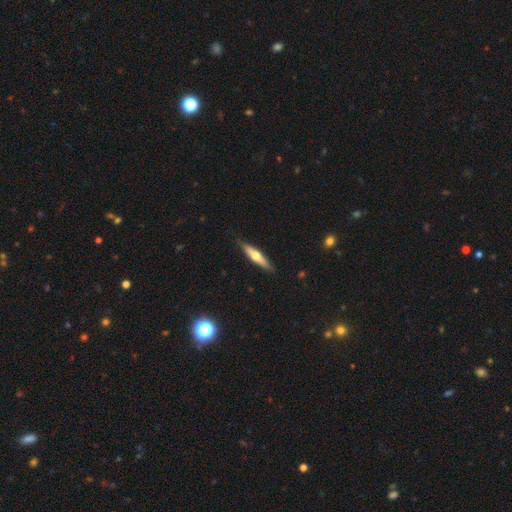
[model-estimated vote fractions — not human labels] Smooth or featured? featured or disk (50%)
Merging? none (87%)